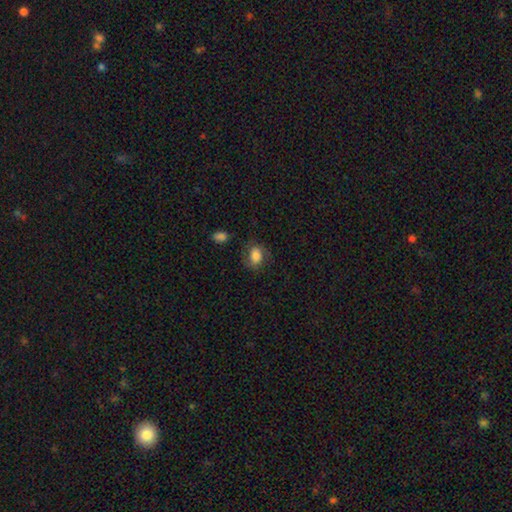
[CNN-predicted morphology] smooth 73%, featured or disk 18%, star or artifact 9%. Down the decision tree: how rounded — in between (68%); merging — none (66%).